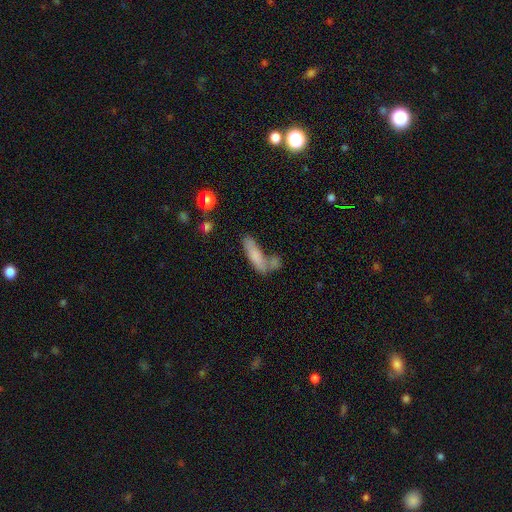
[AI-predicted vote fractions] smooth 75%, featured or disk 17%, star or artifact 8%. Down the decision tree: how rounded — cigar-shaped (61%); merging — none (42%).